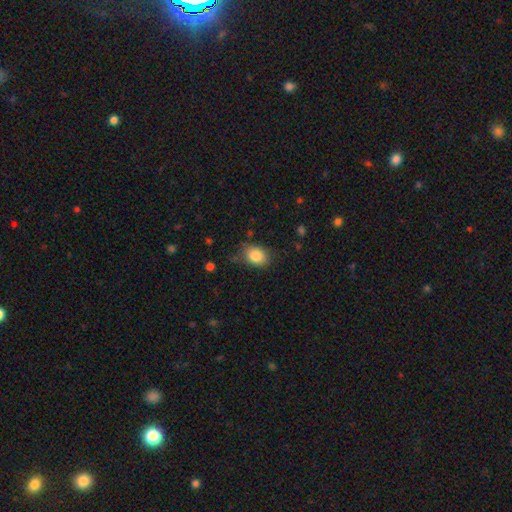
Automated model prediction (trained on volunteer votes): smooth_or_featured: smooth (p=0.85) [alt: star or artifact p=0.08]
how_rounded: in between (p=0.67) [alt: round p=0.32]
merging: none (p=0.70) [alt: minor disturbance p=0.22]